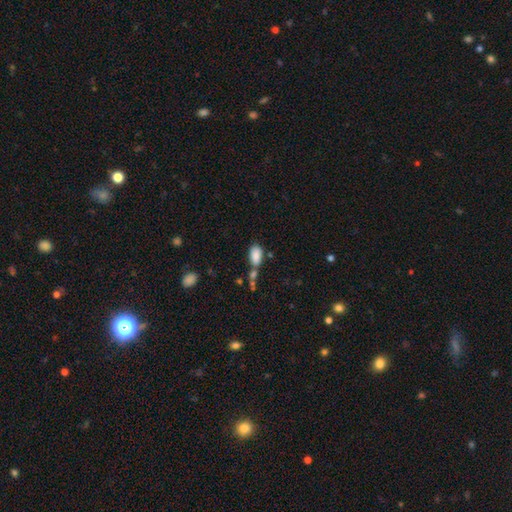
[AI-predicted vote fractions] Smooth or featured?
  - smooth: 86% *
  - star or artifact: 8%
  - featured or disk: 6%
How rounded?
  - in between: 93% *
  - round: 5%
  - cigar-shaped: 3%
Merging?
  - none: 50% *
  - merger: 26%
  - minor disturbance: 17%
  - major disturbance: 6%